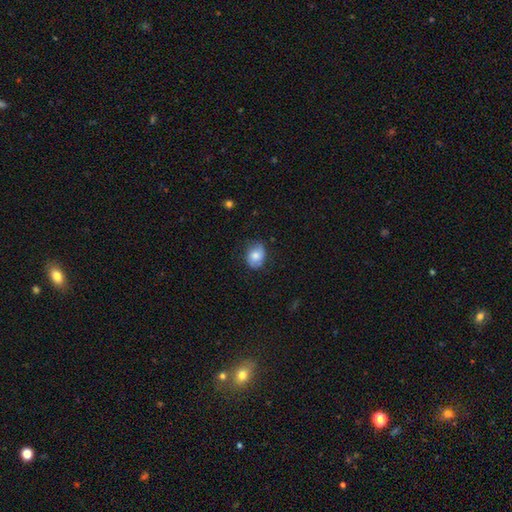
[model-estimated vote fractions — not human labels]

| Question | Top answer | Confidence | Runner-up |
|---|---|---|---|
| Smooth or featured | smooth | 73% | featured or disk (19%) |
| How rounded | in between | 63% | round (36%) |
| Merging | none | 68% | minor disturbance (25%) |